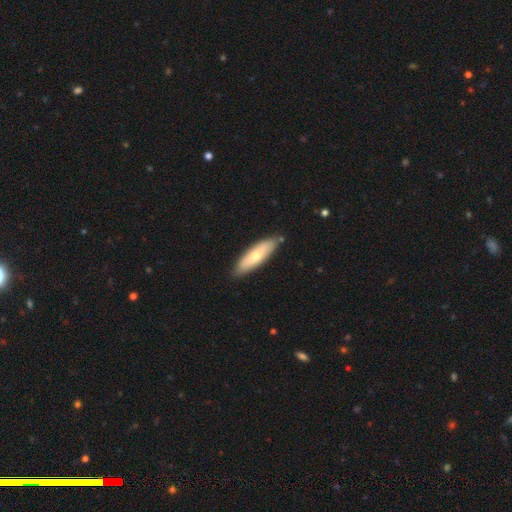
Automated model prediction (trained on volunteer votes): smooth-or-featured: smooth: 64% | featured or disk: 31% | star or artifact: 5%
  how-rounded: cigar-shaped: 59% | in between: 40% | round: 2%
  merging: none: 84% | minor disturbance: 11% | merger: 3% | major disturbance: 2%